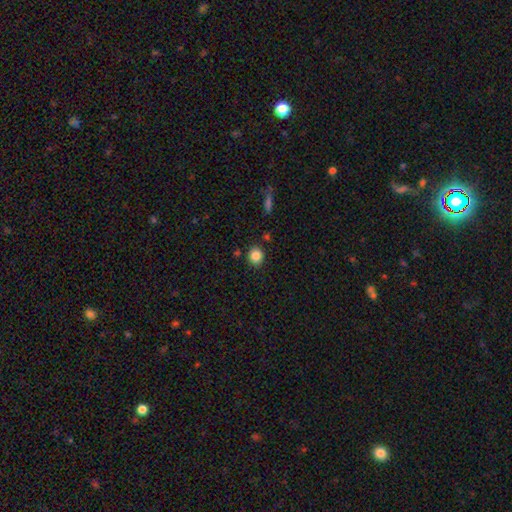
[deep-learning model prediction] smooth_or_featured: smooth (p=0.85) [alt: star or artifact p=0.10]
how_rounded: round (p=0.83) [alt: in between p=0.16]
merging: none (p=0.87) [alt: minor disturbance p=0.08]